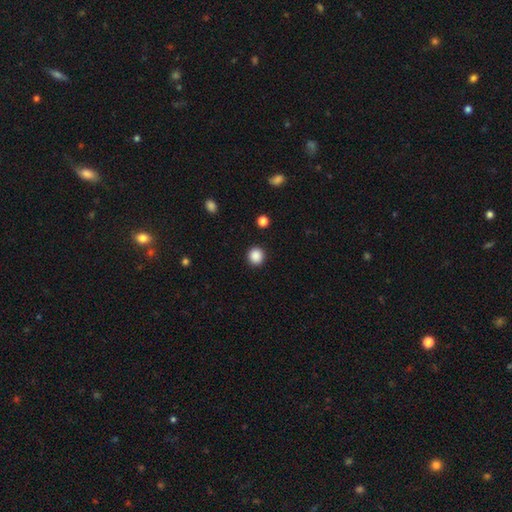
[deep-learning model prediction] Smooth or featured: smooth — 88% (star or artifact — 10%)
How rounded: round — 92% (in between — 7%)
Merging: none — 92% (minor disturbance — 5%)